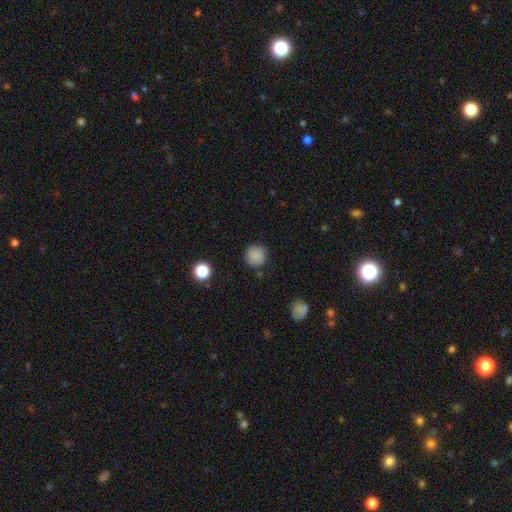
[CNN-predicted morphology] type=smooth (84%); roundness=round (93%); merging=none (83%).